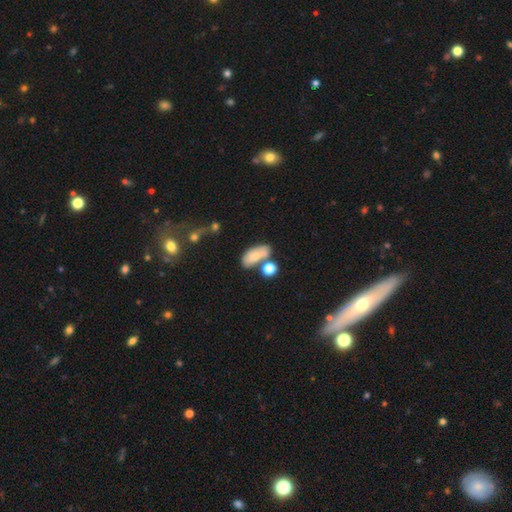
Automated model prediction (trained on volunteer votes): Overall: smooth (70%). How rounded: in between (81%). Merging: none (47%; merger 28%).